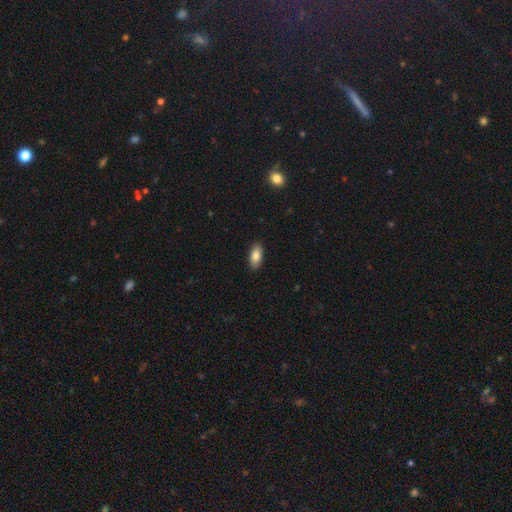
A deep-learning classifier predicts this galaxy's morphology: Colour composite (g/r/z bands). It shows a smooth galaxy with no disk features (84%) that is in between round and cigar-shaped (89%). Merging: none (89%).